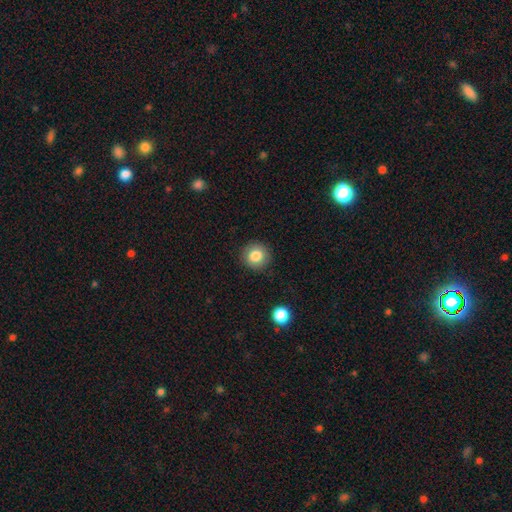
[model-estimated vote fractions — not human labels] smooth-or-featured: smooth: 83% | star or artifact: 10% | featured or disk: 7%
  how-rounded: round: 92% | in between: 7% | cigar-shaped: 1%
  merging: none: 90% | minor disturbance: 7% | major disturbance: 2% | merger: 1%